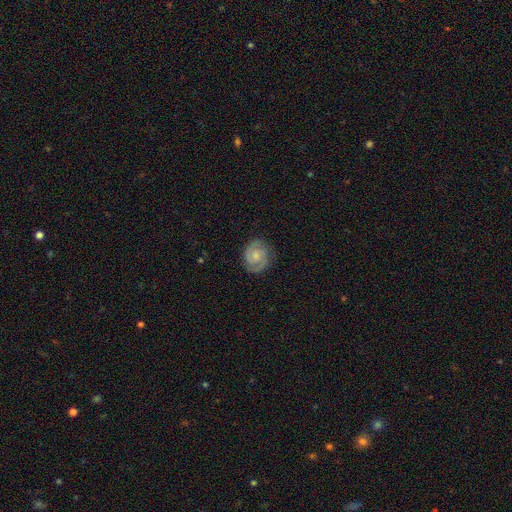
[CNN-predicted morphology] type=featured or disk (76%); edge-on=no (98%); bar=no (63%); spiral arms=yes (95%); winding=tight (52%); arm count=2 (85%); bulge=small (53%); merging=none (82%).